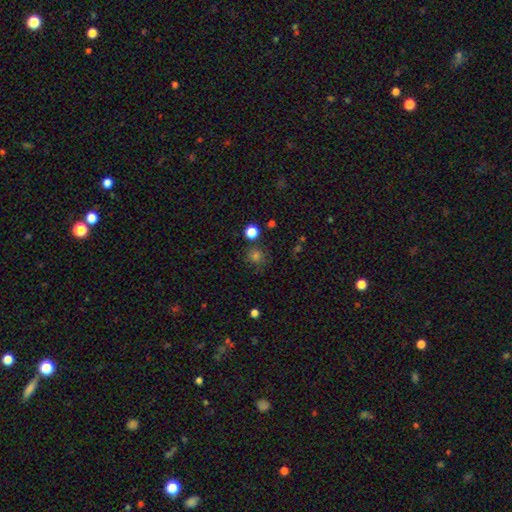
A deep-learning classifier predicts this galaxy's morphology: smooth 72%, star or artifact 22%, featured or disk 6%. Down the decision tree: how rounded — round (89%); merging — none (80%).